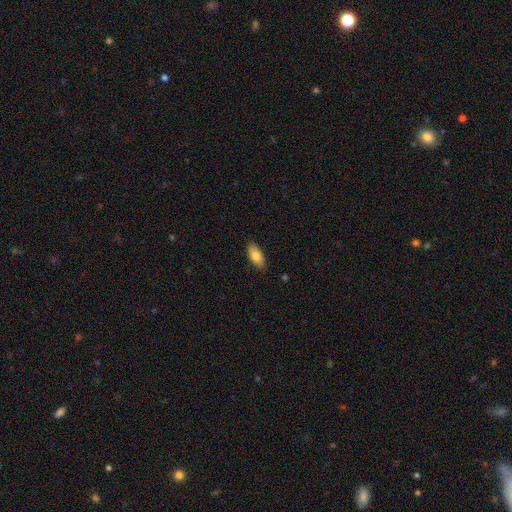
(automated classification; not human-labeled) A smooth galaxy with no disk features (80%) that is in between round and cigar-shaped (88%). Merging: none (87%).